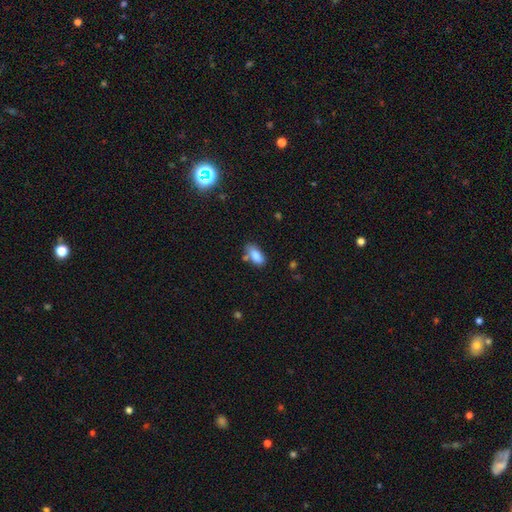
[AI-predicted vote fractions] This appears to be a smooth galaxy with no disk features (84%) that is in between round and cigar-shaped (90%). Merging: none (63%).